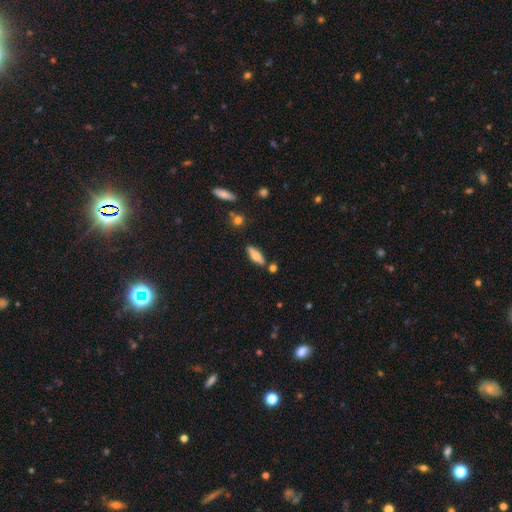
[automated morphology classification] smooth 62%, featured or disk 31%, star or artifact 7%. Down the decision tree: how rounded — in between (56%); merging — none (78%).